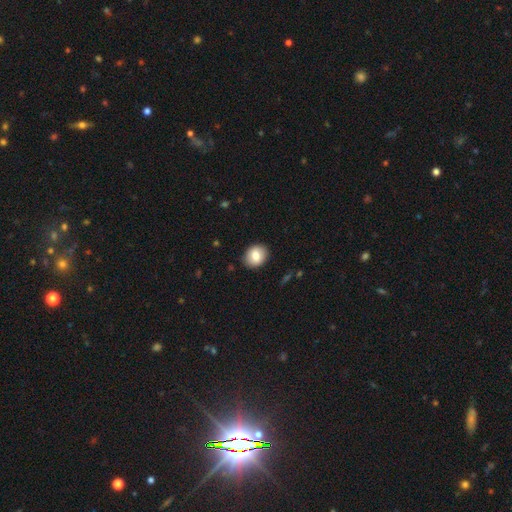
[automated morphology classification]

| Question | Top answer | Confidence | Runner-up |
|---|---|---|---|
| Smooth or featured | smooth | 80% | featured or disk (12%) |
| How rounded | round | 57% | in between (42%) |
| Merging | none | 88% | minor disturbance (9%) |